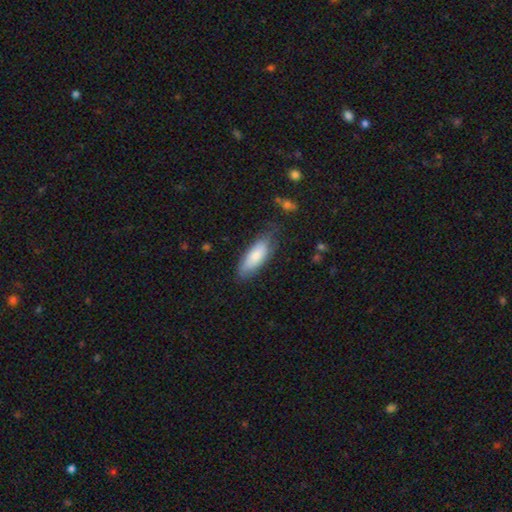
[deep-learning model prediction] Smooth or featured? Predicted: smooth (p=0.79). How rounded? Predicted: in between (p=0.71). Merging? Predicted: none (p=0.65).